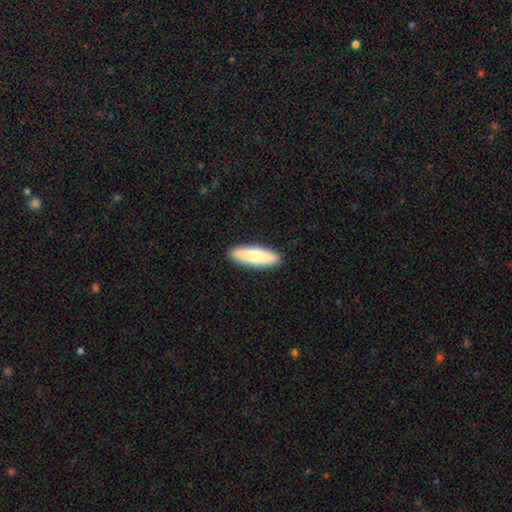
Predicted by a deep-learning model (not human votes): Morphology: type=smooth (79%); roundness=cigar-shaped (60%); merging=none (90%).